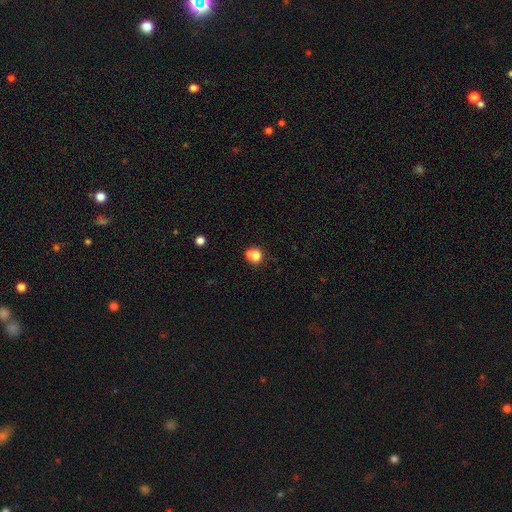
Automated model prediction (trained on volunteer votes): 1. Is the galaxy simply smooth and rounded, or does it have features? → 71% smooth, 18% featured or disk, 11% star or artifact.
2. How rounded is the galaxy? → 76% round, 23% in between, 1% cigar-shaped.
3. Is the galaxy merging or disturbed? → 57% merger, 33% none, 7% minor disturbance, 3% major disturbance.